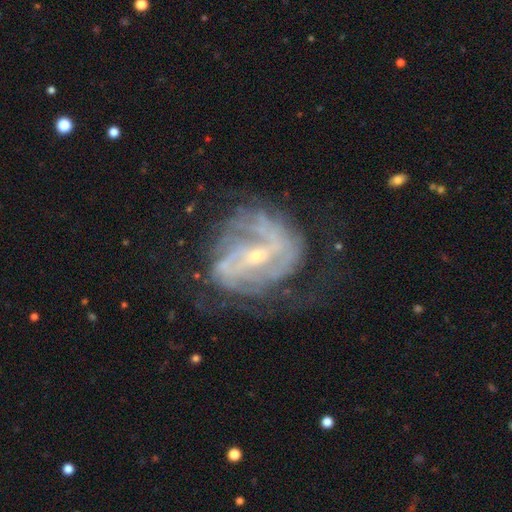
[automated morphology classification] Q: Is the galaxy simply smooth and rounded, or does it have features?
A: featured or disk — 85%.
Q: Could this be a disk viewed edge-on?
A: no — 97%.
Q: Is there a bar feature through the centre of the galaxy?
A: weak — 43%.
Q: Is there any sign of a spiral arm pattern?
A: yes — 91%.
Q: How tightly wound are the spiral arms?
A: tight — 47%.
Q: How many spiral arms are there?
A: can't tell — 35%.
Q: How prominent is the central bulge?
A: small — 76%.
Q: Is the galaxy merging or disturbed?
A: none — 55%.